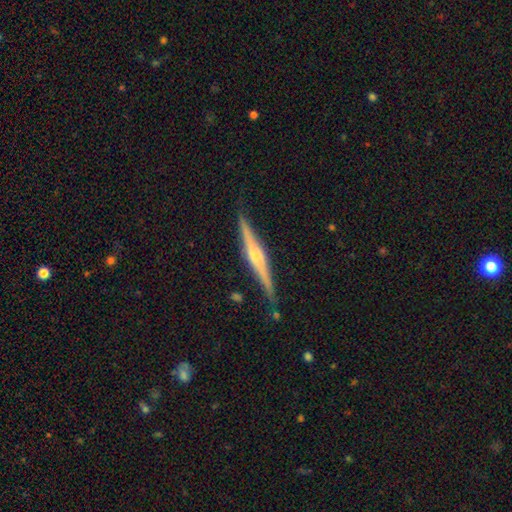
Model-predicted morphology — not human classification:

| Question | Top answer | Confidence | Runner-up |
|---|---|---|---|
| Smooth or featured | featured or disk | 80% | smooth (15%) |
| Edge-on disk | yes | 98% | no (2%) |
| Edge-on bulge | rounded | 79% | boxy (13%) |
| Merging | none | 88% | minor disturbance (9%) |